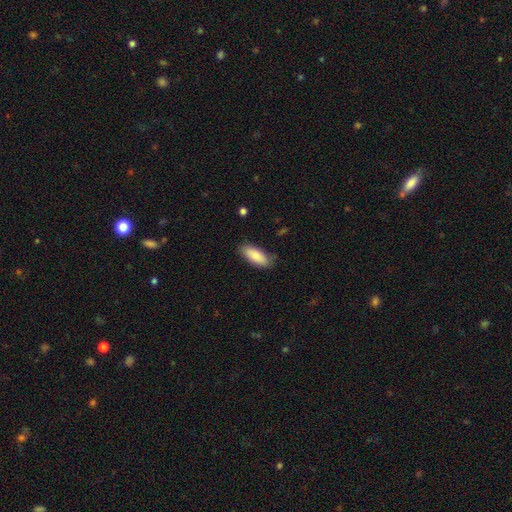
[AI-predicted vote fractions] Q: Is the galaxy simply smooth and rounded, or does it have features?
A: smooth — 85%.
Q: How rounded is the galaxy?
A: in between — 80%.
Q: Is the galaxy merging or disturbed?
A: none — 81%.